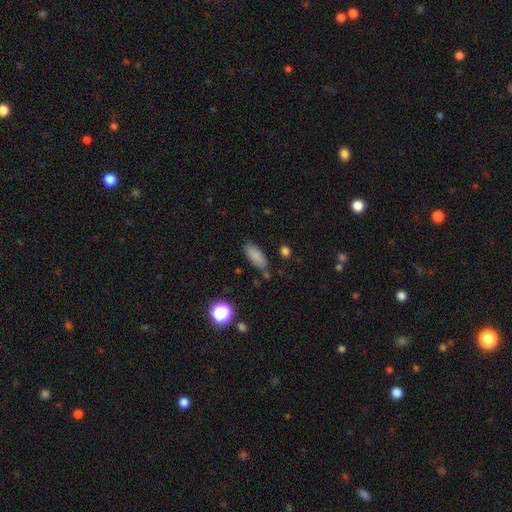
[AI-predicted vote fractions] Q: Smooth or featured?
A: smooth (84%); runner-up: star or artifact (9%)
Q: How rounded?
A: in between (77%); runner-up: cigar-shaped (20%)
Q: Merging?
A: none (78%); runner-up: minor disturbance (15%)